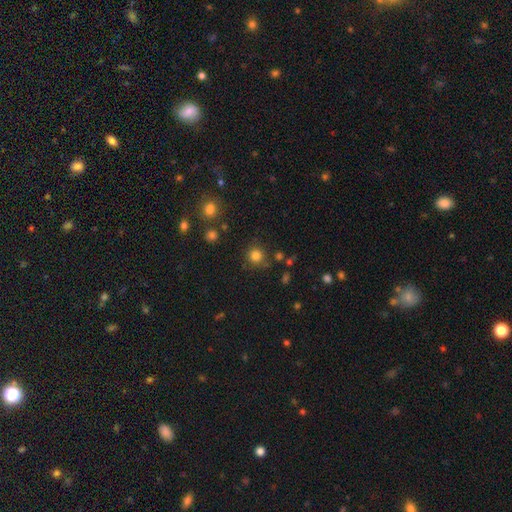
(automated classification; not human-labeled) smooth-or-featured: smooth: 81% | star or artifact: 14% | featured or disk: 5%
  how-rounded: round: 92% | in between: 7% | cigar-shaped: 1%
  merging: none: 81% | minor disturbance: 10% | merger: 5% | major disturbance: 4%